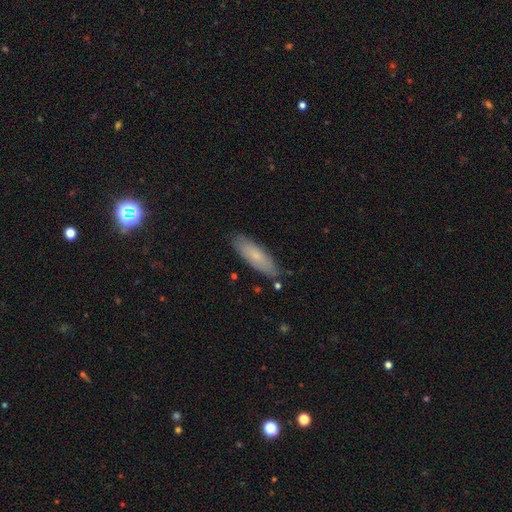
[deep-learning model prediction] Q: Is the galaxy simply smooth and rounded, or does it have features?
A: smooth — 71%.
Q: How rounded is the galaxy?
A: cigar-shaped — 51%.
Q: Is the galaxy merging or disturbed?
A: none — 83%.